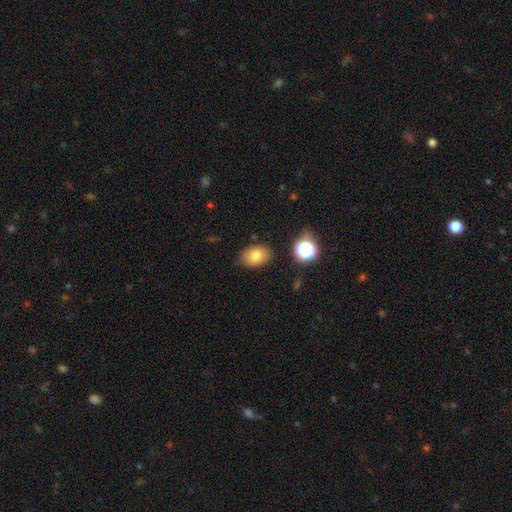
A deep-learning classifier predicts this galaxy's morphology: smooth 79%, star or artifact 11%, featured or disk 10%. Down the decision tree: how rounded — in between (82%); merging — none (80%).